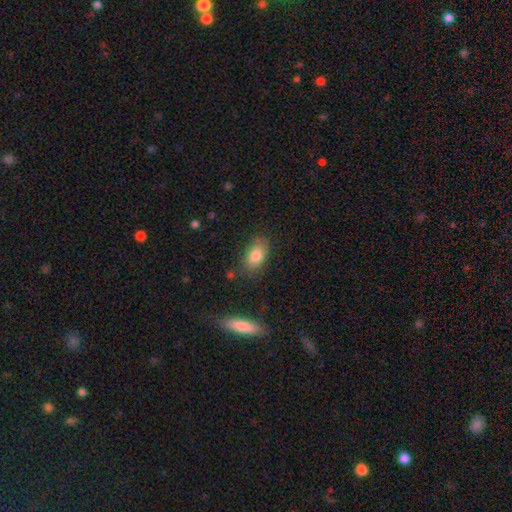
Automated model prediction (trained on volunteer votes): Morphology: type=smooth (82%); roundness=in between (89%); merging=none (79%).